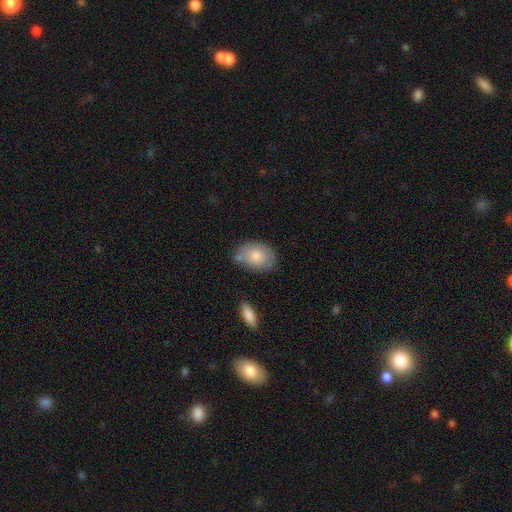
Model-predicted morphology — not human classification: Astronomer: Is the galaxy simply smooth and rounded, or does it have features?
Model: smooth — 75%.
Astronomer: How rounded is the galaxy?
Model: in between — 78%.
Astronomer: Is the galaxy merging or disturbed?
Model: none — 66%.